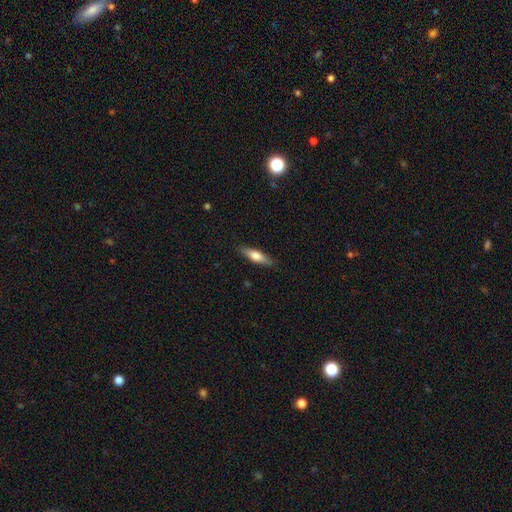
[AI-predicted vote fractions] Overall: smooth (62%; featured or disk 32%). How rounded: cigar-shaped (62%; in between 35%). Merging: none (87%).